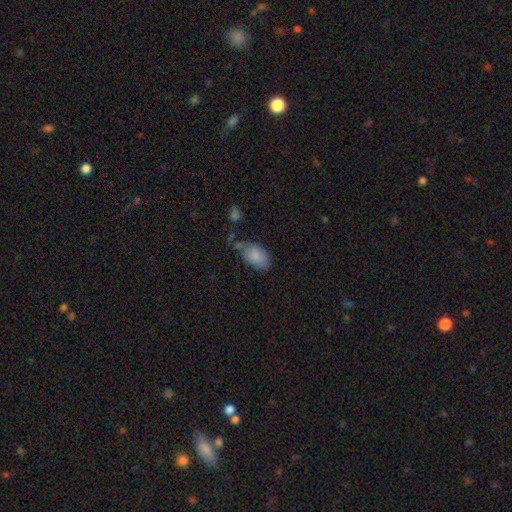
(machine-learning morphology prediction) The model was most divided on "merging": none: 47%, minor disturbance: 31%, major disturbance: 13%, merger: 9%. More confident: how rounded — in between (93%); smooth or featured — smooth (83%).